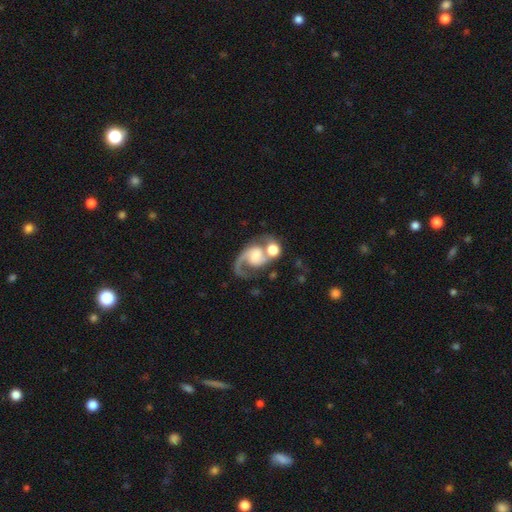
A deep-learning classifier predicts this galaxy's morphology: Q: Smooth or featured?
A: featured or disk (82%); runner-up: smooth (11%)
Q: Edge-on disk?
A: no (98%); runner-up: yes (2%)
Q: Bar?
A: no (53%); runner-up: weak (36%)
Q: Spiral arms?
A: yes (95%); runner-up: no (5%)
Q: Spiral winding?
A: medium (44%); runner-up: loose (43%)
Q: Spiral arm count?
A: 2 (64%); runner-up: 1 (31%)
Q: Bulge size?
A: moderate (30%); runner-up: small (23%)
Q: Merging?
A: merger (36%); runner-up: none (33%)